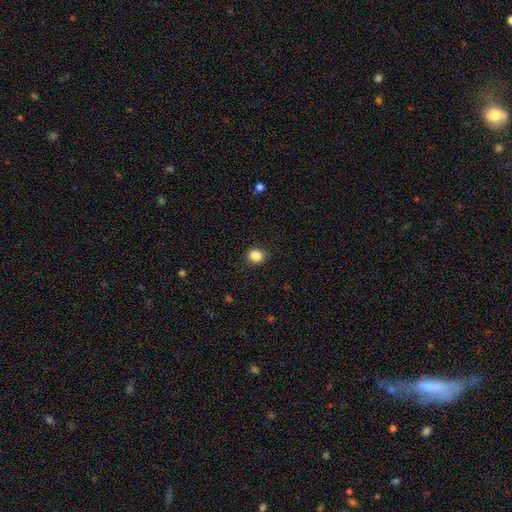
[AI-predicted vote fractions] smooth 86%, star or artifact 10%, featured or disk 4%. Down the decision tree: how rounded — round (70%); merging — none (89%).